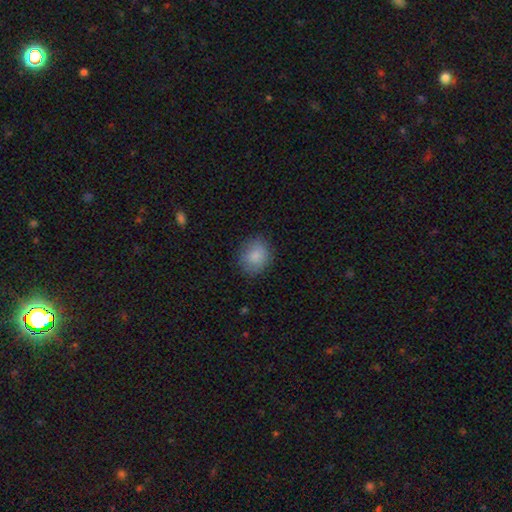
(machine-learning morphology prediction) A smooth galaxy with no disk features (85%) that is round (66%).

Vote fractions:
- Smooth or featured? smooth: 85% / featured or disk: 8% / star or artifact: 8%
- How rounded? round: 66% / in between: 33% / cigar-shaped: 1%
- Merging? none: 81% / minor disturbance: 14% / major disturbance: 4% / merger: 1%